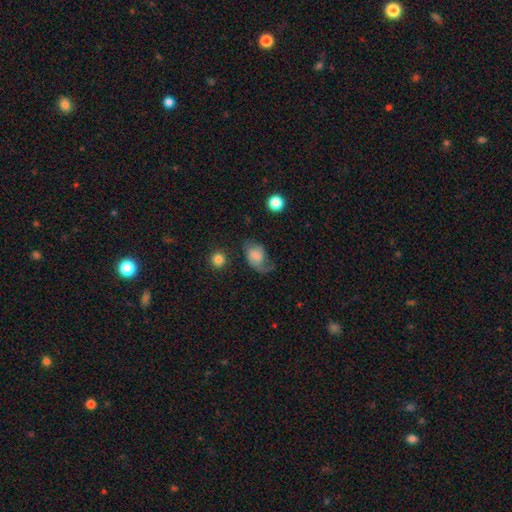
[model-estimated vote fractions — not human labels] Smooth or featured?
  - smooth: 54% *
  - featured or disk: 36%
  - star or artifact: 10%
How rounded?
  - in between: 74% *
  - round: 24%
  - cigar-shaped: 1%
Merging?
  - none: 38% *
  - major disturbance: 31%
  - minor disturbance: 28%
  - merger: 3%